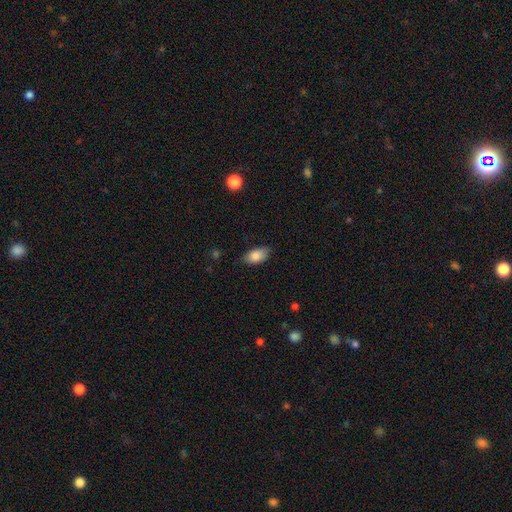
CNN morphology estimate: Smooth or featured: smooth — 85% (featured or disk — 8%)
How rounded: in between — 92% (round — 5%)
Merging: none — 78% (minor disturbance — 18%)